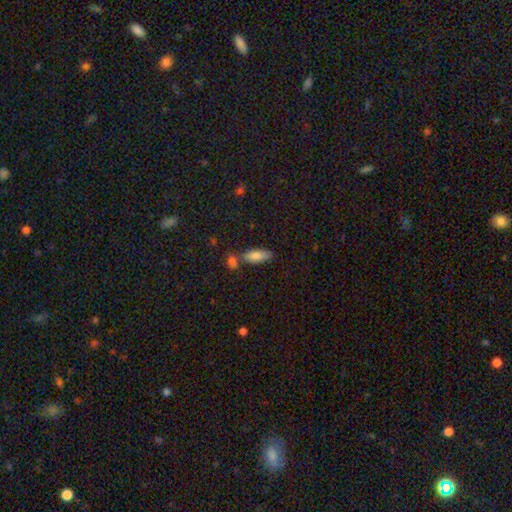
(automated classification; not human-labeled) A smooth galaxy with no disk features (83%) that is in between round and cigar-shaped (73%).

Vote fractions:
- Smooth or featured? smooth: 83% / featured or disk: 10% / star or artifact: 7%
- How rounded? in between: 73% / cigar-shaped: 24% / round: 2%
- Merging? none: 60% / merger: 20% / minor disturbance: 15% / major disturbance: 4%